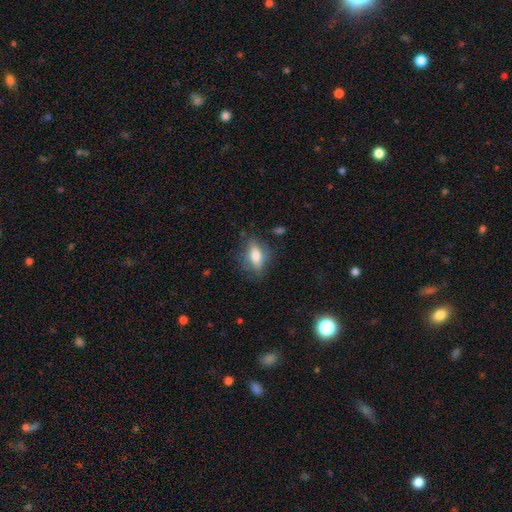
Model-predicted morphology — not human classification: Smooth or featured: smooth — 65% (featured or disk — 27%)
How rounded: in between — 74% (cigar-shaped — 18%)
Merging: none — 71% (minor disturbance — 20%)